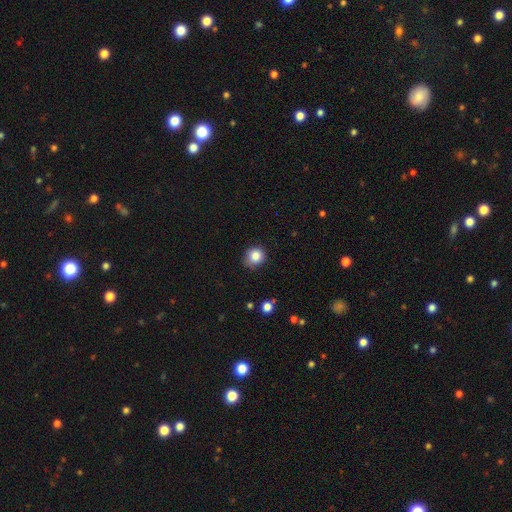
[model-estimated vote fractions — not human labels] smooth_or_featured: smooth (p=0.84) [alt: star or artifact p=0.10]
how_rounded: round (p=0.80) [alt: in between p=0.19]
merging: none (p=0.71) [alt: minor disturbance p=0.23]